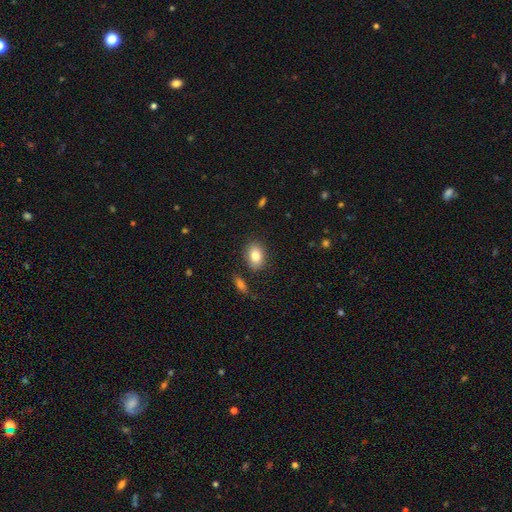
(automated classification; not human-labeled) Smooth or featured? Predicted: smooth (p=0.82). How rounded? Predicted: in between (p=0.74). Merging? Predicted: none (p=0.83).